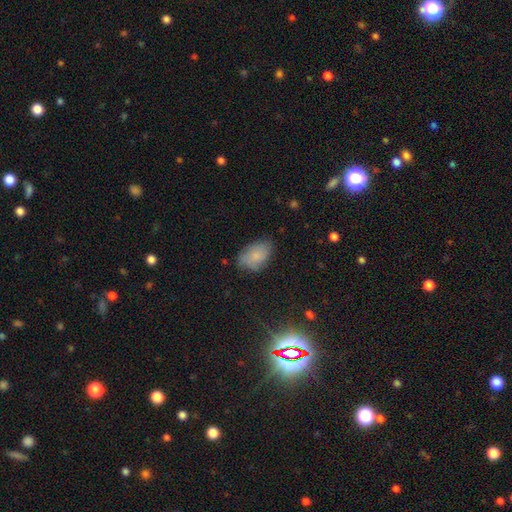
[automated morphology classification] A smooth galaxy with no disk features (73%) that is in between round and cigar-shaped (90%).

Vote fractions:
- Smooth or featured? smooth: 73% / featured or disk: 18% / star or artifact: 10%
- How rounded? in between: 90% / round: 9% / cigar-shaped: 2%
- Merging? none: 66% / minor disturbance: 26% / major disturbance: 6% / merger: 2%